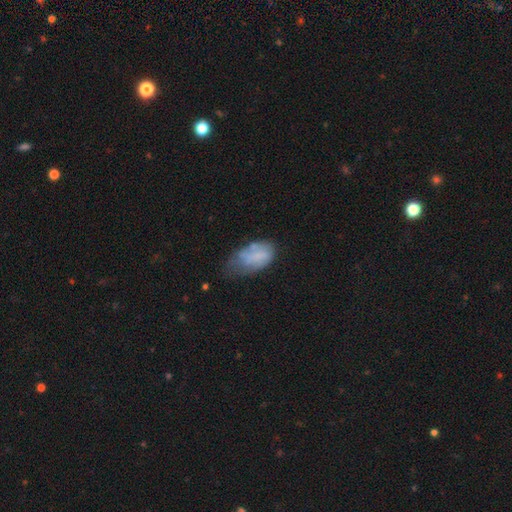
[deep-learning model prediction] The model was most divided on "merging": minor disturbance: 39%, none: 30%, major disturbance: 25%, merger: 6%. More confident: how rounded — in between (93%); smooth or featured — smooth (65%).